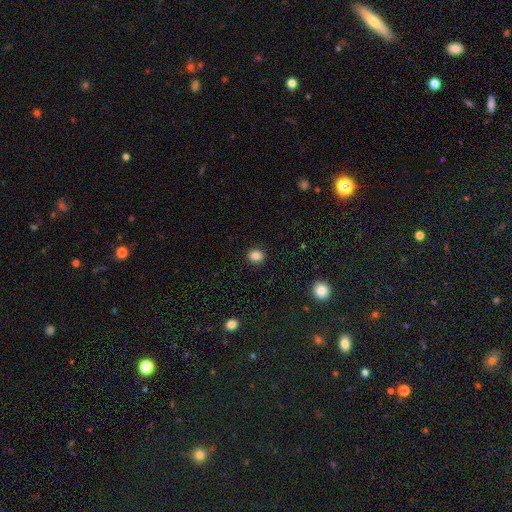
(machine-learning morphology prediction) Smooth or featured: smooth — 86% (star or artifact — 10%)
How rounded: round — 78% (in between — 21%)
Merging: none — 91% (minor disturbance — 6%)